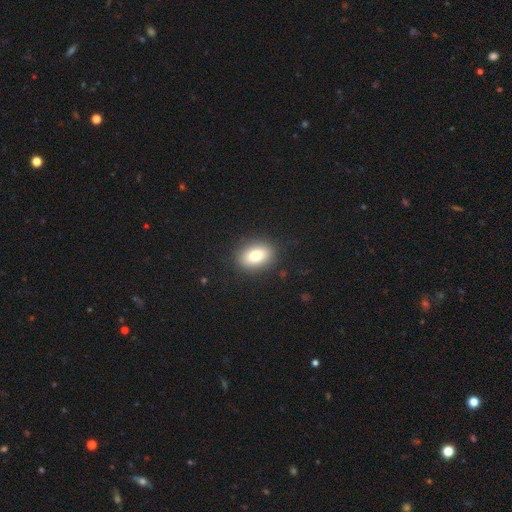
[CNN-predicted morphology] A smooth galaxy with no disk features (78%) that is in between round and cigar-shaped (75%). Merging: none (88%).